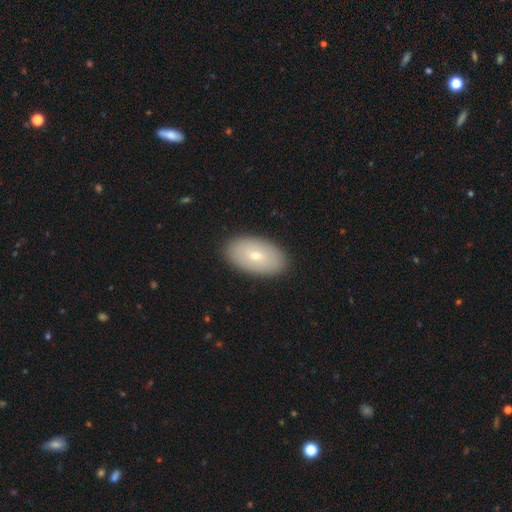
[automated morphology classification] smooth-or-featured: smooth: 65% | featured or disk: 28% | star or artifact: 7%
  how-rounded: in between: 94% | round: 4% | cigar-shaped: 2%
  merging: none: 89% | minor disturbance: 8% | major disturbance: 2% | merger: 1%